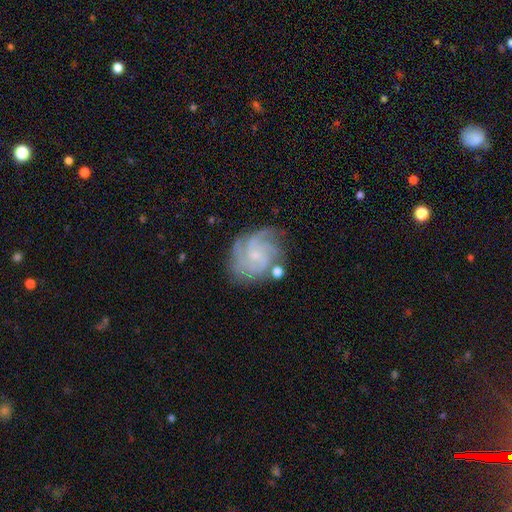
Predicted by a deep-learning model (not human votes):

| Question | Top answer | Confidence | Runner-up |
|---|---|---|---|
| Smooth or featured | featured or disk | 83% | smooth (9%) |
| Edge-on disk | no | 98% | yes (2%) |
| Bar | no | 66% | weak (30%) |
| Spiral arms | yes | 97% | no (3%) |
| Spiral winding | tight | 57% | medium (35%) |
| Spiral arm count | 4 | 37% | 3 (25%) |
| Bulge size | small | 74% | moderate (16%) |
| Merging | none | 70% | minor disturbance (18%) |